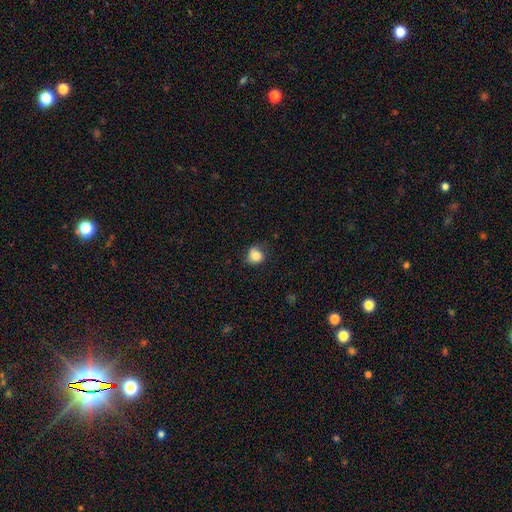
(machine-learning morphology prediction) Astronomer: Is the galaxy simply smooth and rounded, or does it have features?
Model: smooth — 81%.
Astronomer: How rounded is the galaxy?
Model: round — 78%.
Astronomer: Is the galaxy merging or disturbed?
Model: none — 67%.